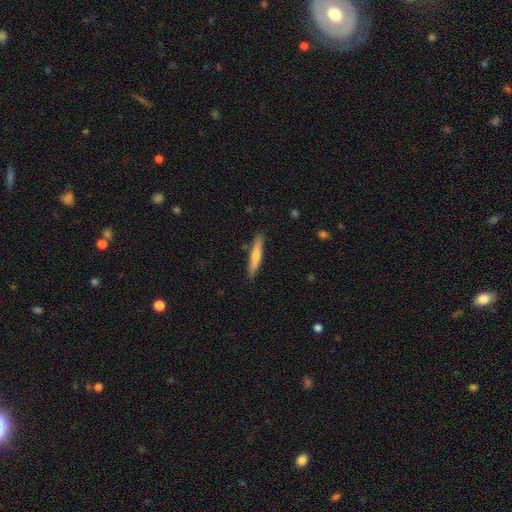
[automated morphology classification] smooth_or_featured: smooth (p=0.68) [alt: featured or disk p=0.27]
how_rounded: cigar-shaped (p=0.93) [alt: in between p=0.06]
merging: none (p=0.87) [alt: minor disturbance p=0.10]